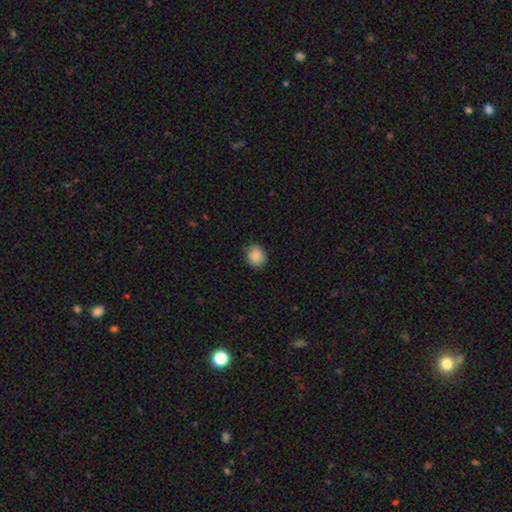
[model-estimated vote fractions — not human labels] A smooth galaxy with no disk features (87%) that is round (73%).

Vote fractions:
- Smooth or featured? smooth: 87% / star or artifact: 9% / featured or disk: 4%
- How rounded? round: 73% / in between: 26% / cigar-shaped: 1%
- Merging? none: 84% / minor disturbance: 12% / major disturbance: 2% / merger: 1%